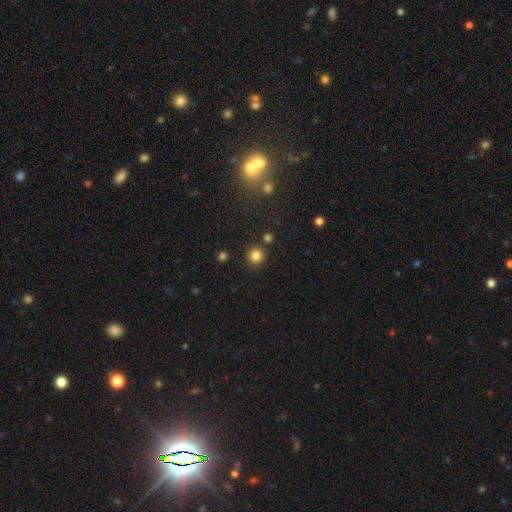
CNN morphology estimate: Smooth or featured? smooth (82%)
How rounded? round (94%)
Merging? none (86%)